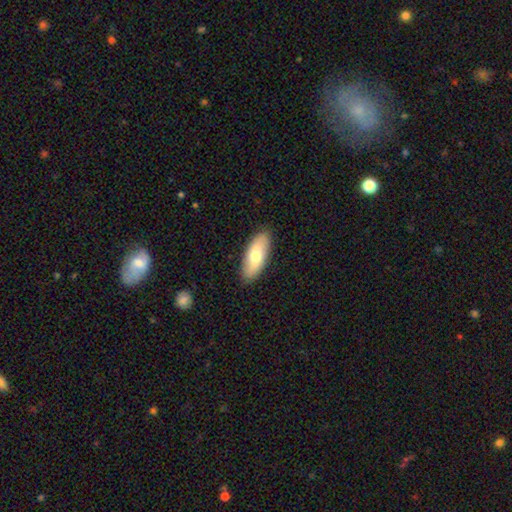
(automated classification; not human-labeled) smooth 68%, featured or disk 27%, star or artifact 5%. Down the decision tree: how rounded — in between (78%); merging — none (88%).